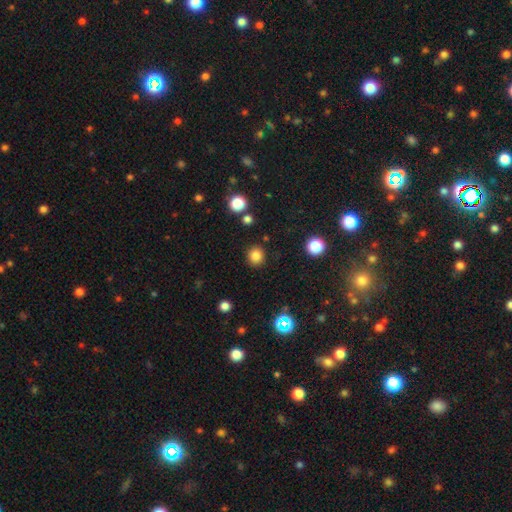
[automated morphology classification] smooth 82%, star or artifact 13%, featured or disk 4%. Down the decision tree: how rounded — round (88%); merging — none (89%).